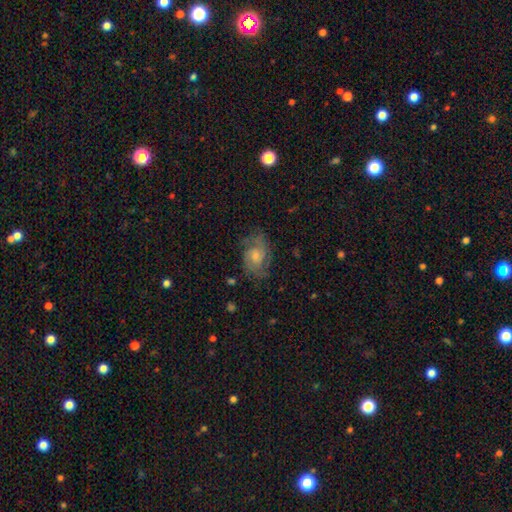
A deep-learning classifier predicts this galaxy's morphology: Smooth or featured?
  - featured or disk: 69% *
  - smooth: 20%
  - star or artifact: 11%
Edge-on disk?
  - no: 97% *
  - yes: 3%
Bar?
  - no: 69% *
  - weak: 27%
  - strong: 4%
Spiral arms?
  - yes: 92% *
  - no: 8%
Spiral winding?
  - medium: 45% *
  - tight: 41%
  - loose: 14%
Spiral arm count?
  - 2: 54% *
  - can't tell: 23%
  - 3: 12%
  - 1: 4%
  - 4: 4%
  - more than 4: 3%
Bulge size?
  - moderate: 49% *
  - small: 36%
  - large: 8%
  - none: 6%
  - dominant: 1%
Merging?
  - none: 73% *
  - minor disturbance: 18%
  - major disturbance: 8%
  - merger: 1%